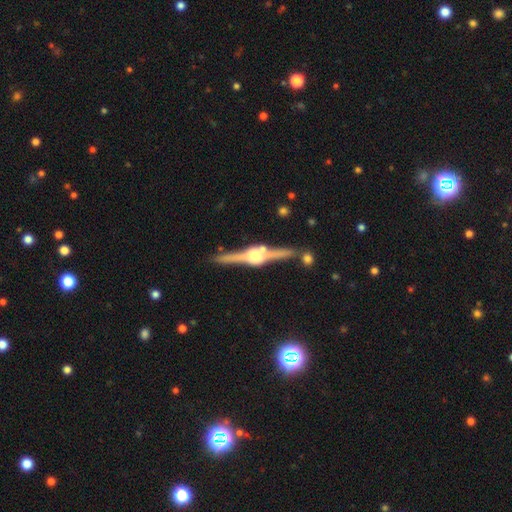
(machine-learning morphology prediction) Smooth or featured: featured or disk — 88% (smooth — 7%)
Edge-on disk: yes — 98% (no — 2%)
Edge-on bulge: rounded — 91% (boxy — 7%)
Merging: none — 85% (minor disturbance — 8%)